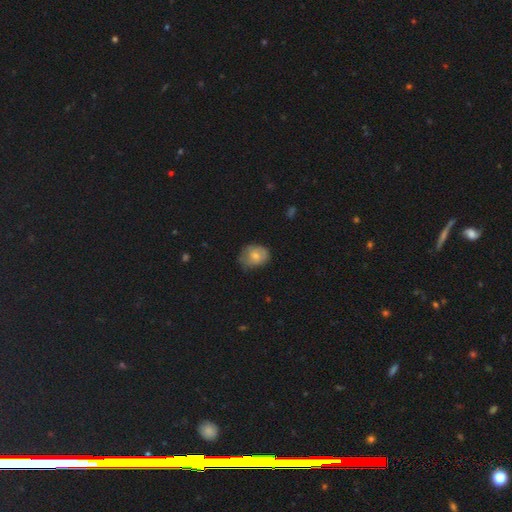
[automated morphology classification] Smooth or featured: smooth — 71% (featured or disk — 21%)
How rounded: in between — 57% (round — 42%)
Merging: none — 60% (minor disturbance — 30%)